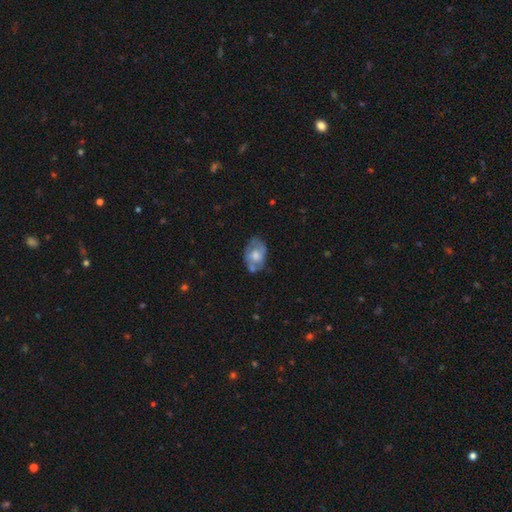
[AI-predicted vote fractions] Smooth or featured? Predicted: smooth (p=0.47). Merging? Predicted: none (p=0.45).